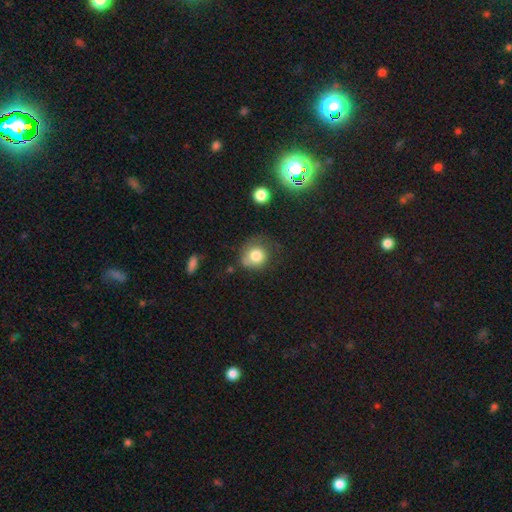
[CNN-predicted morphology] The model was most divided on "merging": none: 53%, minor disturbance: 29%, major disturbance: 15%, merger: 4%. More confident: how rounded — round (81%); smooth or featured — smooth (79%).